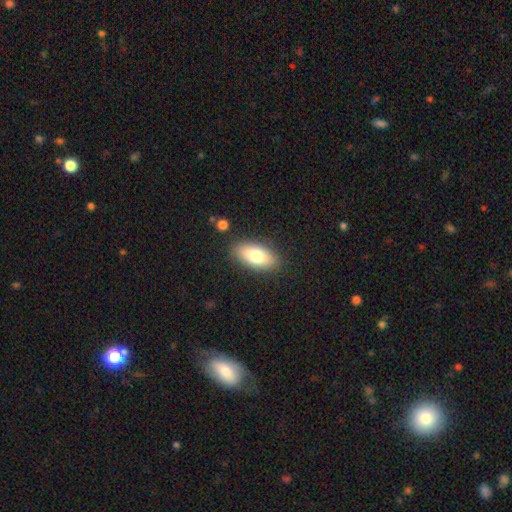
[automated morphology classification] Smooth or featured?
  - smooth: 75% *
  - featured or disk: 18%
  - star or artifact: 7%
How rounded?
  - in between: 89% *
  - cigar-shaped: 7%
  - round: 4%
Merging?
  - none: 86% *
  - minor disturbance: 10%
  - major disturbance: 3%
  - merger: 2%